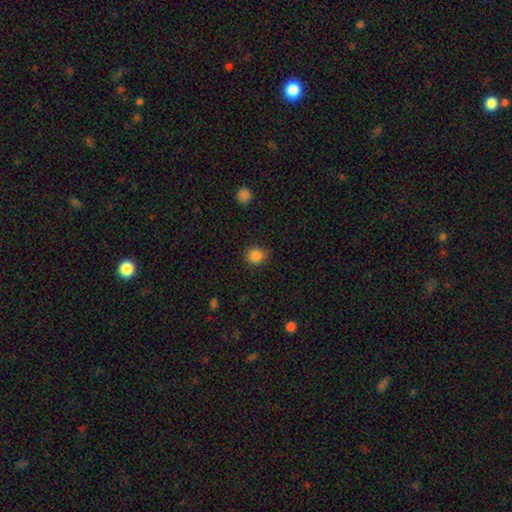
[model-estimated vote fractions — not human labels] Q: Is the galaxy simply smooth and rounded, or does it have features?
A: smooth — 86%.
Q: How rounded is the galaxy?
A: round — 86%.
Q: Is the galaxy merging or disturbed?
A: none — 89%.